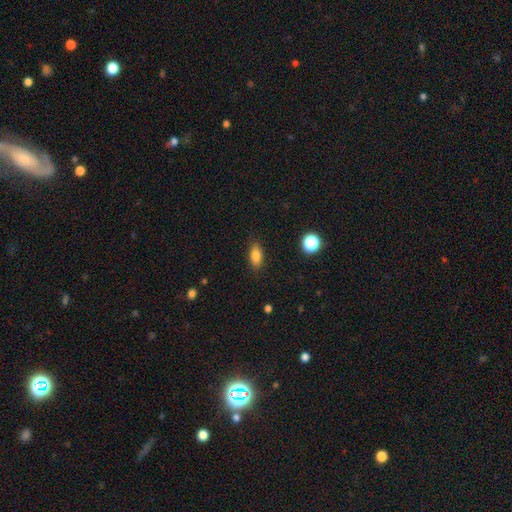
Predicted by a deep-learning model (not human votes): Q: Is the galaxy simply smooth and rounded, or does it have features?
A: smooth — 81%.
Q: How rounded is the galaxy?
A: in between — 82%.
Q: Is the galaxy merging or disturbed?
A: none — 86%.